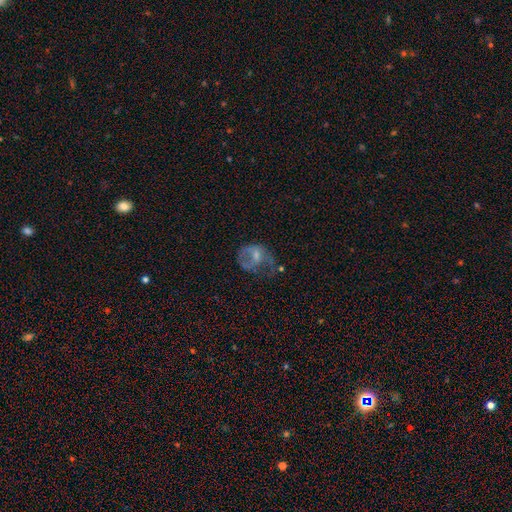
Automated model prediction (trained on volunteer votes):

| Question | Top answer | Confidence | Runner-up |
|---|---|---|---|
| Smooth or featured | featured or disk | 45% | smooth (44%) |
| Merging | major disturbance | 48% | none (24%) |